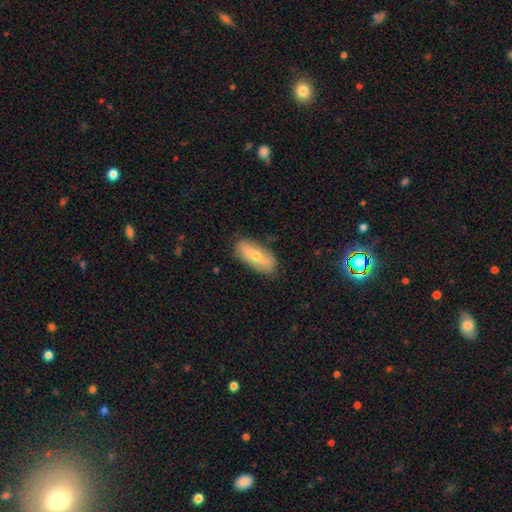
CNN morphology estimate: smooth_or_featured: smooth (p=0.52) [alt: featured or disk p=0.39]
how_rounded: in between (p=0.76) [alt: cigar-shaped p=0.21]
merging: none (p=0.83) [alt: minor disturbance p=0.13]